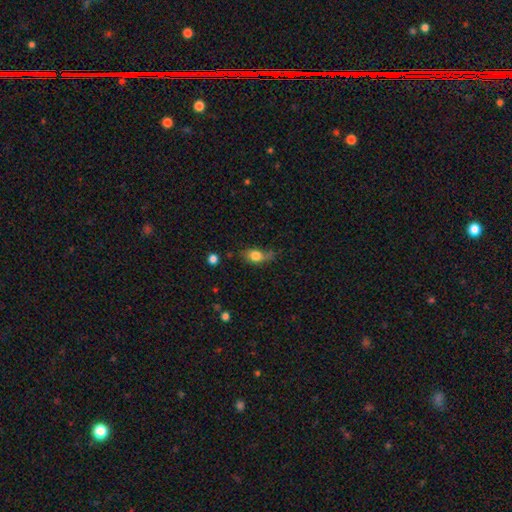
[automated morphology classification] smooth-or-featured: smooth: 77% | featured or disk: 14% | star or artifact: 9%
  how-rounded: in between: 73% | round: 22% | cigar-shaped: 6%
  merging: none: 44% | minor disturbance: 36% | major disturbance: 15% | merger: 4%